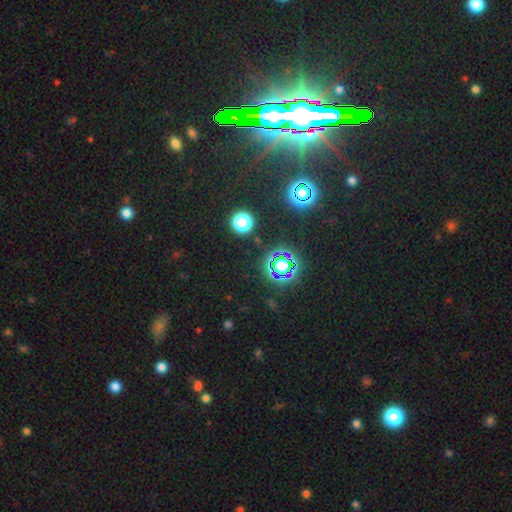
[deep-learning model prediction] Q: Smooth or featured?
A: star or artifact (81%); runner-up: smooth (12%)